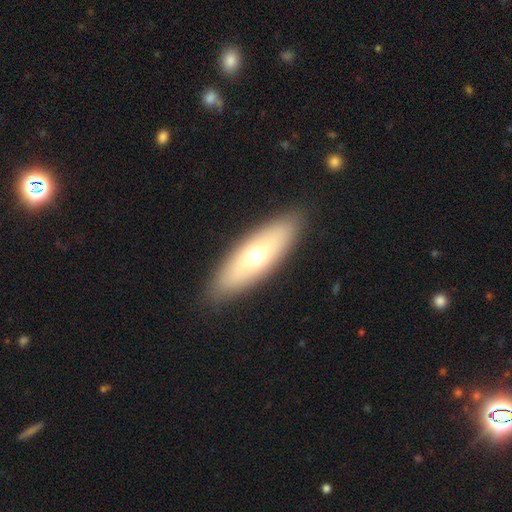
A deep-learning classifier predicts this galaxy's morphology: A smooth galaxy with no disk features (60%) that is in between round and cigar-shaped (58%). Merging: none (89%).